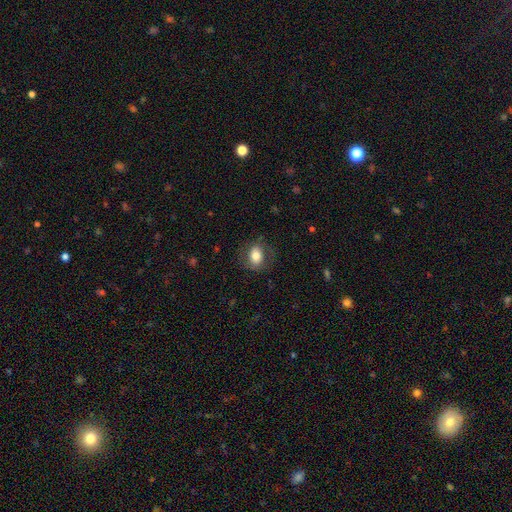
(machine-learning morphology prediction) This is likely a smooth galaxy (69%). How rounded: likely in between (66%). Merging: likely none (74%).